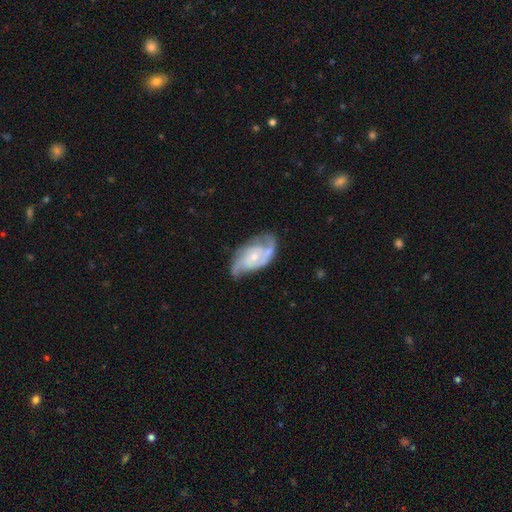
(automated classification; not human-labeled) Overall: featured or disk (85%). Edge-on disk: no (96%). Bar: no (64%; weak 30%). Spiral arms: yes (95%). Spiral arm count: 2 (75%). Spiral winding: medium (49%; tight 27%). Bulge size: small (57%; moderate 37%). Merging: none (63%; minor disturbance 24%).